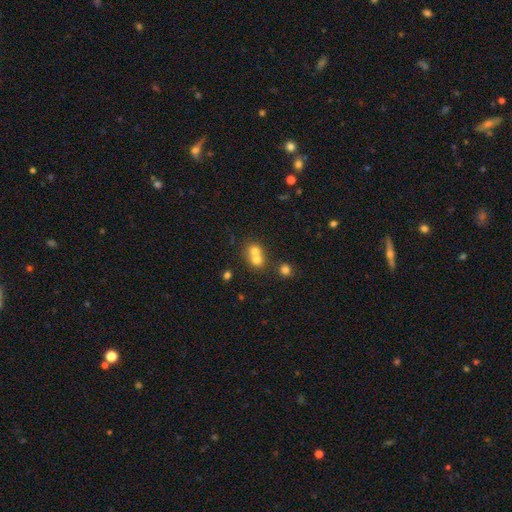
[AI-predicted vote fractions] smooth 69%, featured or disk 18%, star or artifact 13%. Down the decision tree: how rounded — round (76%); merging — merger (65%).